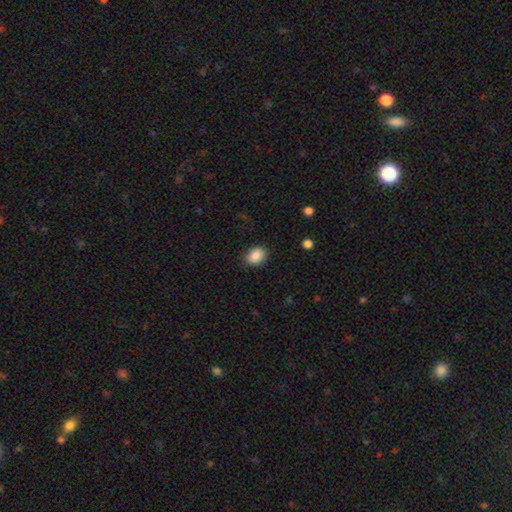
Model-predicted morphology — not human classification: Smooth or featured: smooth — 88% (star or artifact — 8%)
How rounded: in between — 59% (round — 40%)
Merging: none — 84% (minor disturbance — 12%)